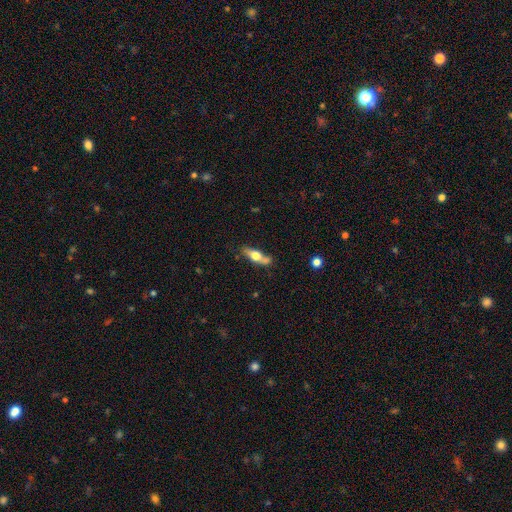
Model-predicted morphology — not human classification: Smooth or featured? Predicted: smooth (p=0.52). How rounded? Predicted: in between (p=0.53). Merging? Predicted: none (p=0.58).